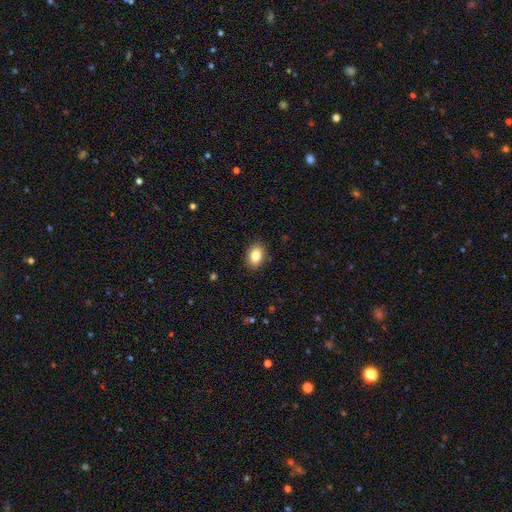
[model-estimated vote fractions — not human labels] This appears to be a smooth galaxy with no disk features (84%) that is in between round and cigar-shaped (80%). Merging: none (88%).